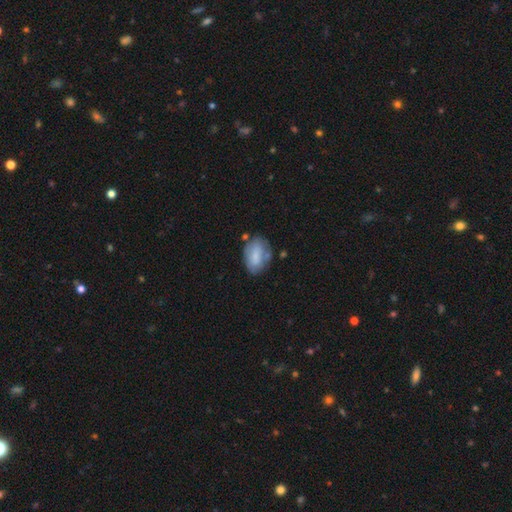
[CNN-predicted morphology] Overall: smooth (71%). How rounded: in between (87%). Merging: none (58%; minor disturbance 24%).